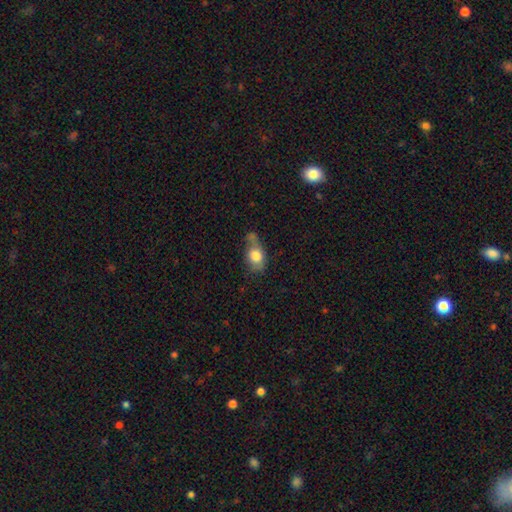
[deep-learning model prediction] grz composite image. It shows a smooth galaxy with no disk features (75%) that is in between round and cigar-shaped (73%). Merging: none (32%).